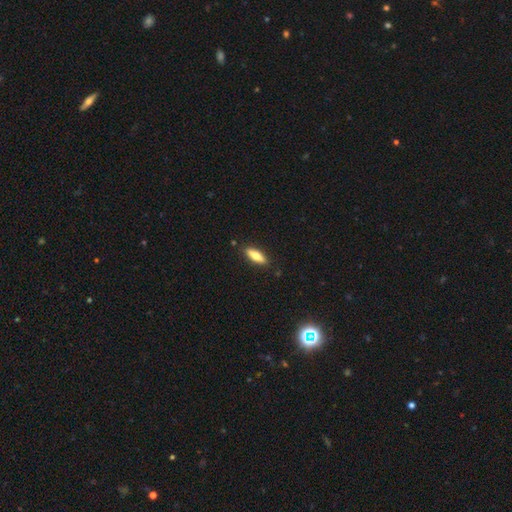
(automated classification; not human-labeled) Smooth or featured? Predicted: smooth (p=0.70). How rounded? Predicted: cigar-shaped (p=0.49, tied with in between). Merging? Predicted: none (p=0.87).